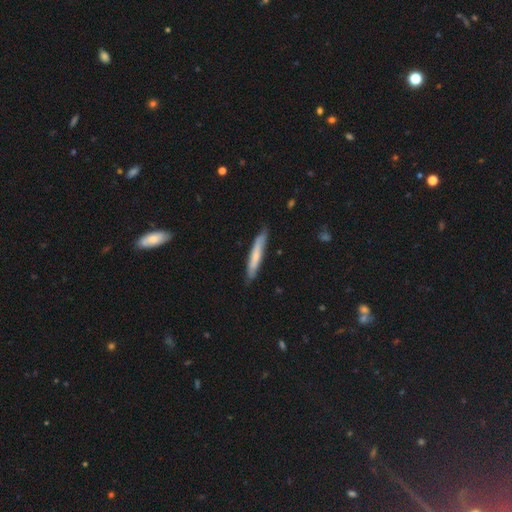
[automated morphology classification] Smooth or featured: smooth — 61% (featured or disk — 34%)
How rounded: cigar-shaped — 93% (in between — 6%)
Merging: none — 80% (minor disturbance — 16%)